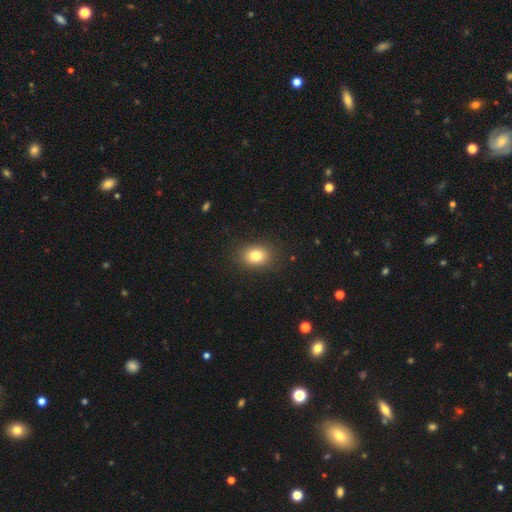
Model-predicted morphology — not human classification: smooth-or-featured: smooth: 81% | star or artifact: 11% | featured or disk: 8%
  how-rounded: in between: 59% | round: 40% | cigar-shaped: 1%
  merging: none: 87% | minor disturbance: 9% | major disturbance: 3% | merger: 1%